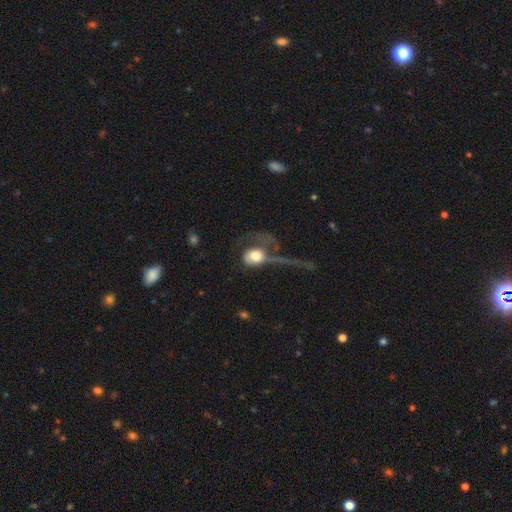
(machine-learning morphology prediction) Overall: smooth (51%; featured or disk 40%). How rounded: in between (51%; round 46%). Merging: major disturbance (63%).